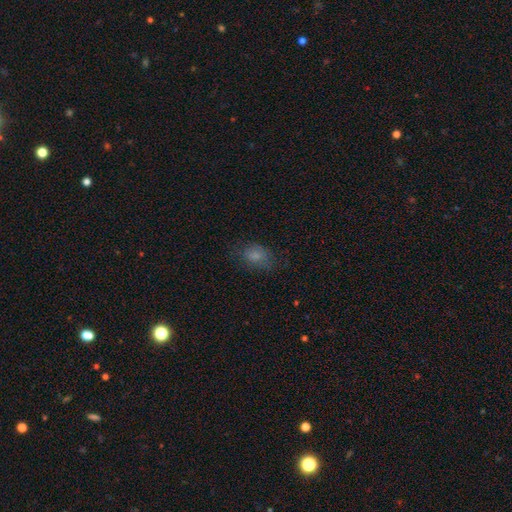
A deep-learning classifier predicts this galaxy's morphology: Smooth or featured?
  - smooth: 74% *
  - featured or disk: 13%
  - star or artifact: 13%
How rounded?
  - in between: 79% *
  - round: 20%
  - cigar-shaped: 2%
Merging?
  - none: 65% *
  - minor disturbance: 23%
  - major disturbance: 11%
  - merger: 1%